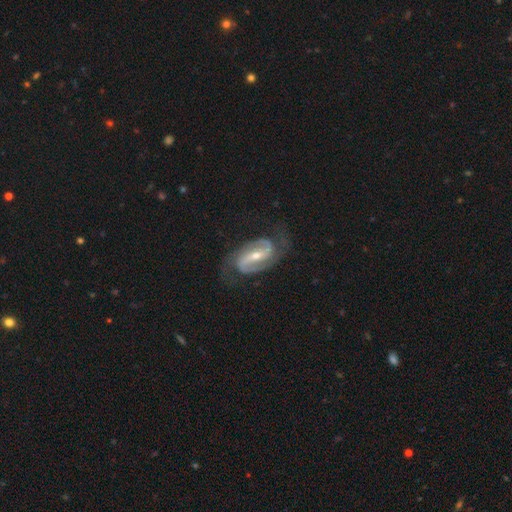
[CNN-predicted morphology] The model was most divided on "bulge size": small: 56%, moderate: 41%, large: 1%, none: 1%, dominant: 1%. More confident: spiral arms — yes (98%); edge-on disk — no (97%); spiral arm count — 2 (93%); smooth or featured — featured or disk (92%); merging — none (75%); bar — strong (59%); spiral winding — medium (53%).